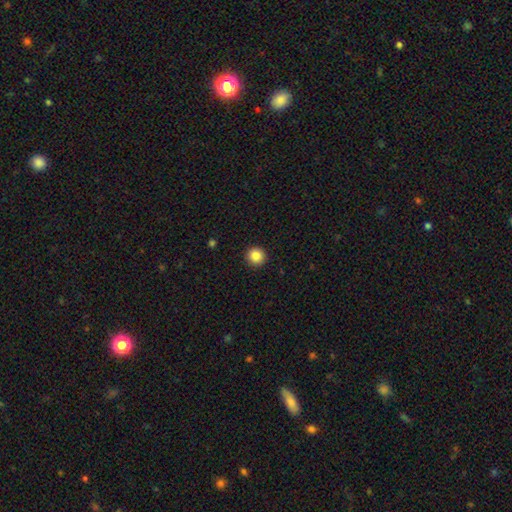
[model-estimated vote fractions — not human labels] Q: Smooth or featured?
A: smooth (86%); runner-up: star or artifact (10%)
Q: How rounded?
A: round (94%); runner-up: in between (5%)
Q: Merging?
A: none (93%); runner-up: minor disturbance (5%)